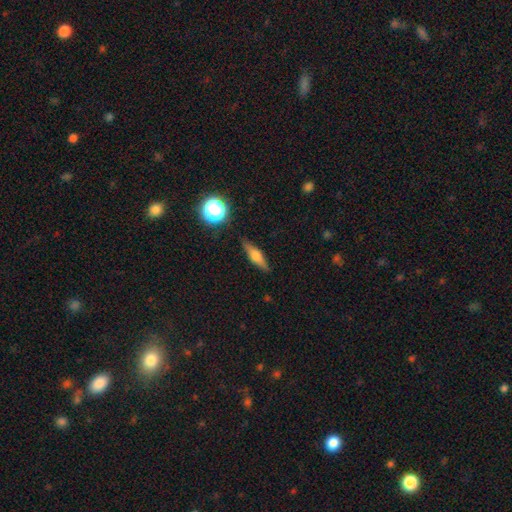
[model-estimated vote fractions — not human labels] A featured or disk galaxy (48%). Merging: none (85%).